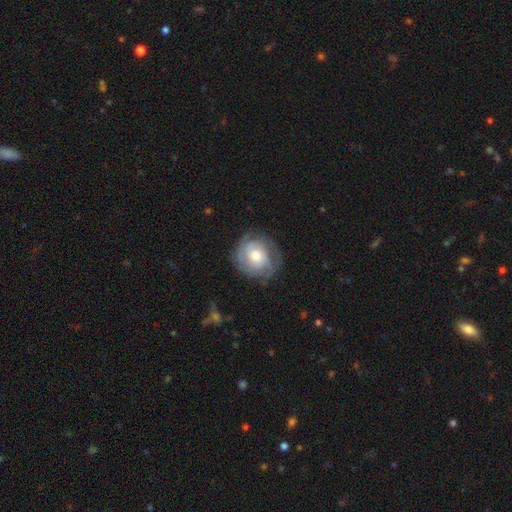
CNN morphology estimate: This is likely a featured or disk galaxy (72%). It is clearly not viewed edge-on (97%). Bar: likely no (76%). Spiral arm pattern: clearly yes (91%). Spiral arm count: marginally can't tell (35%). Spiral winding: likely tight (68%). Central bulge: likely moderate (64%). Merging: likely none (75%).